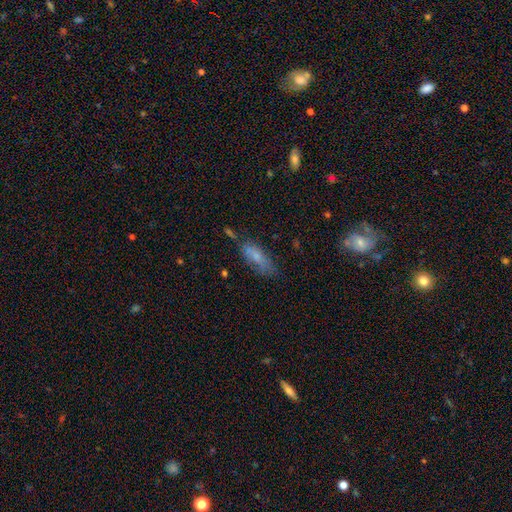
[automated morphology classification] This appears to be a smooth galaxy with no disk features (68%) that is in between round and cigar-shaped (61%). Merging: none (57%).